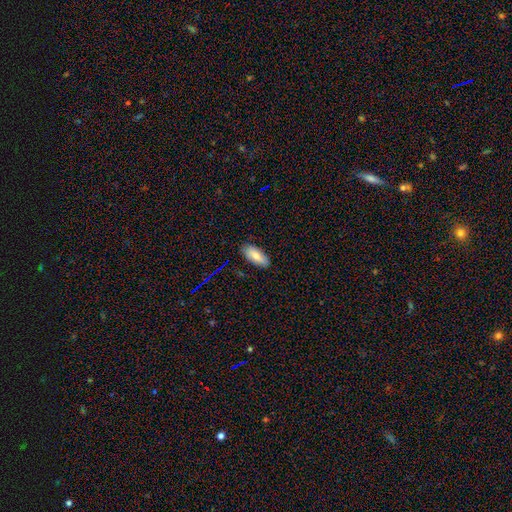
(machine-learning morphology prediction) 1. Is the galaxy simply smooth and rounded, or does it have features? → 78% smooth, 14% featured or disk, 8% star or artifact.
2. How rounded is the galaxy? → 84% in between, 14% cigar-shaped, 2% round.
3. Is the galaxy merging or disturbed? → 84% none, 12% minor disturbance, 2% major disturbance, 1% merger.